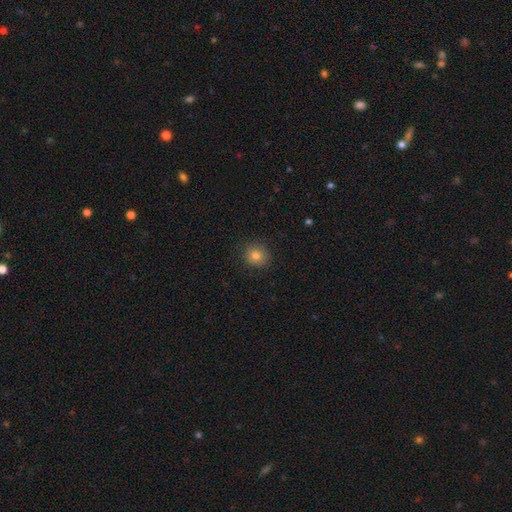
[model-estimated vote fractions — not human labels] Q: Smooth or featured?
A: smooth (80%); runner-up: star or artifact (12%)
Q: How rounded?
A: round (88%); runner-up: in between (11%)
Q: Merging?
A: none (89%); runner-up: minor disturbance (8%)